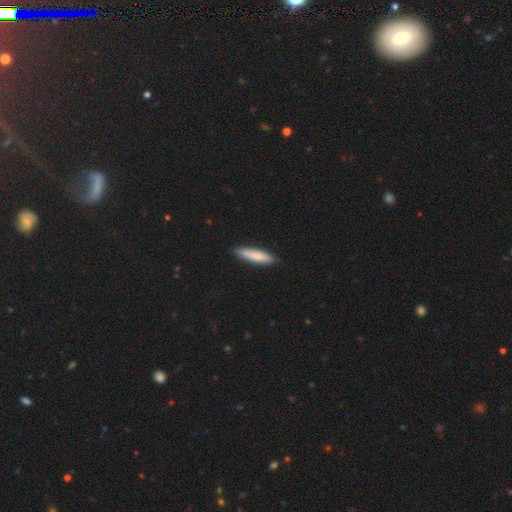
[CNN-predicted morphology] Overall: smooth (80%). How rounded: cigar-shaped (83%). Merging: none (86%).